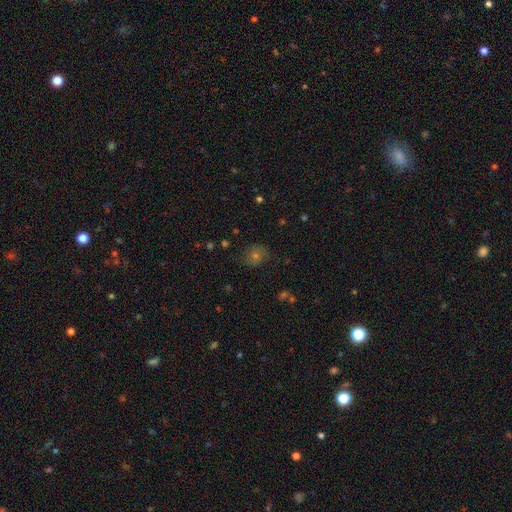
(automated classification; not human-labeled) A smooth galaxy with no disk features (45%). Merging: none (75%).